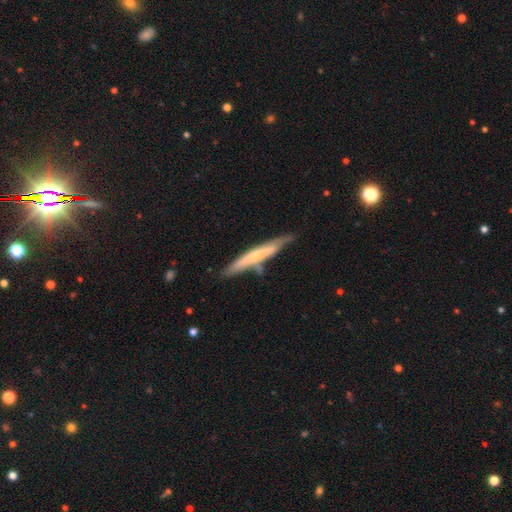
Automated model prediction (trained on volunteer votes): This is possibly a featured or disk galaxy (55%). It is clearly viewed edge-on (89%). Merging: likely none (69%).